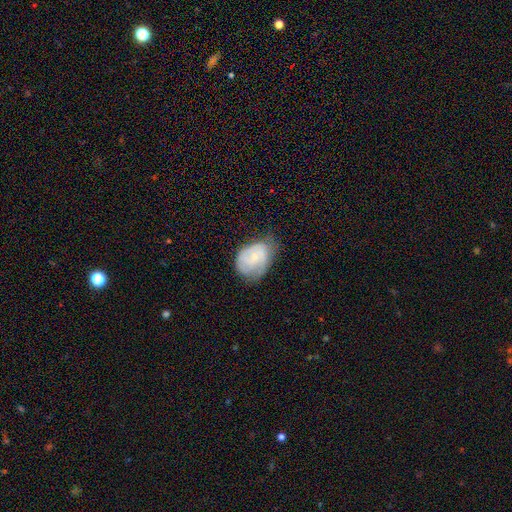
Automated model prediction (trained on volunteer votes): Smooth or featured? featured or disk (53%)
Edge-on disk? no (97%)
Bar? no (72%)
Spiral arms? yes (74%)
Bulge size? small (70%)
Merging? none (45%)